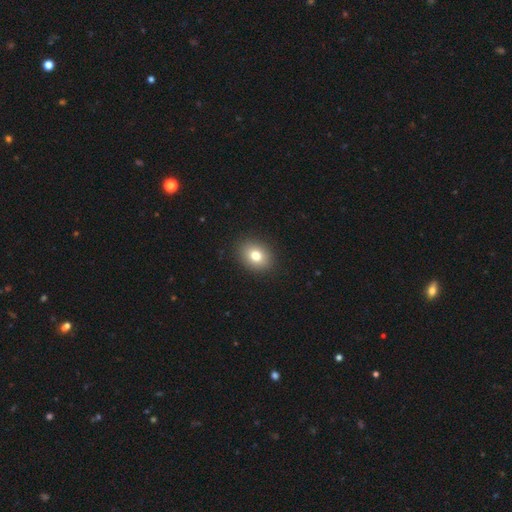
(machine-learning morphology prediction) type=smooth (77%); roundness=in between (53%); merging=none (90%).